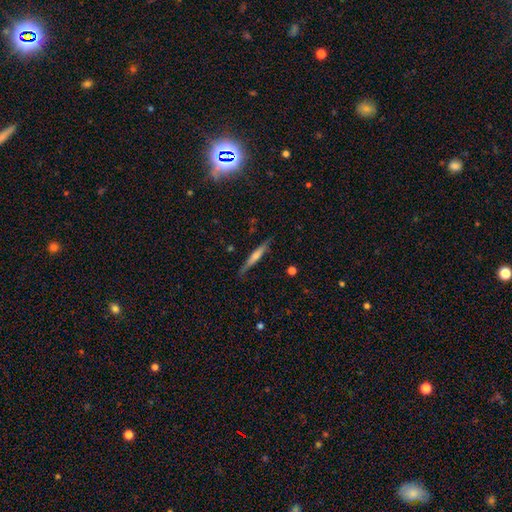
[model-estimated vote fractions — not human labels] This appears to be a featured or disk galaxy (56%) viewed edge-on (96%) with a rounded central bulge (62%). Merging: none (84%).